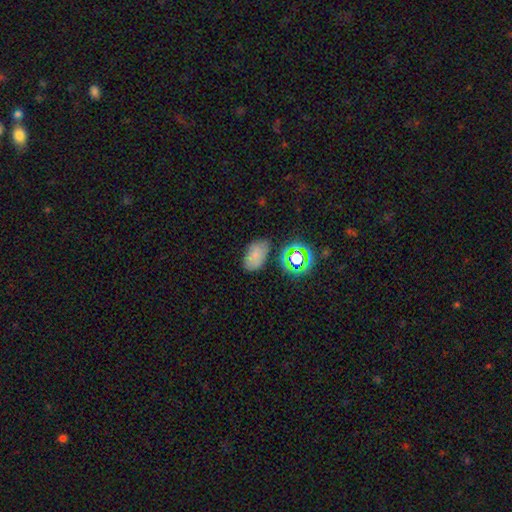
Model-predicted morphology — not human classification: smooth-or-featured: smooth: 68% | star or artifact: 19% | featured or disk: 12%
  how-rounded: in between: 89% | round: 9% | cigar-shaped: 2%
  merging: none: 69% | minor disturbance: 19% | major disturbance: 6% | merger: 5%